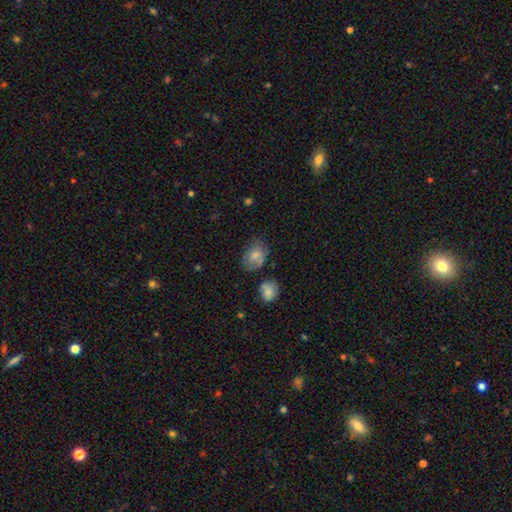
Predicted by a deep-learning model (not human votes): This appears to be a smooth galaxy with no disk features (77%) that is in between round and cigar-shaped (67%). Merging: none (53%).